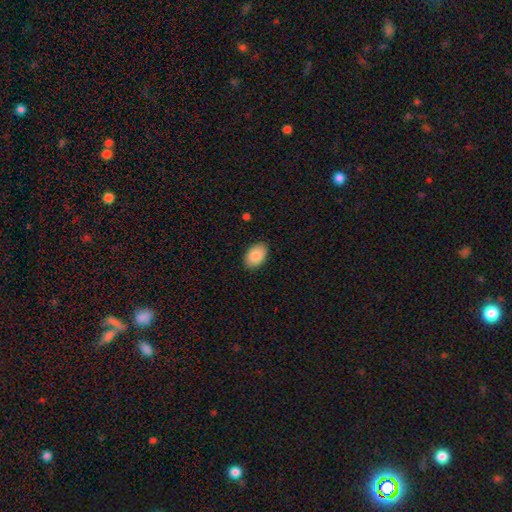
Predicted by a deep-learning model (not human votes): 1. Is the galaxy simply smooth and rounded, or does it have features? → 88% smooth, 6% star or artifact, 6% featured or disk.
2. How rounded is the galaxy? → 89% in between, 10% round, 1% cigar-shaped.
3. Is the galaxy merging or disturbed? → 88% none, 9% minor disturbance, 2% major disturbance, 1% merger.